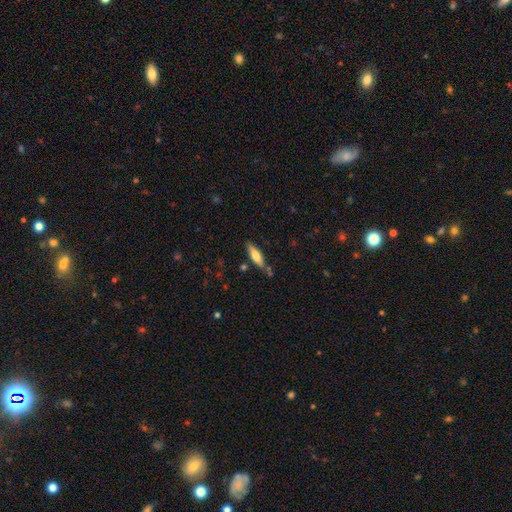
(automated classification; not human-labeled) This appears to be a smooth galaxy with no disk features (63%) that is cigar-shaped (60%). Merging: none (74%).